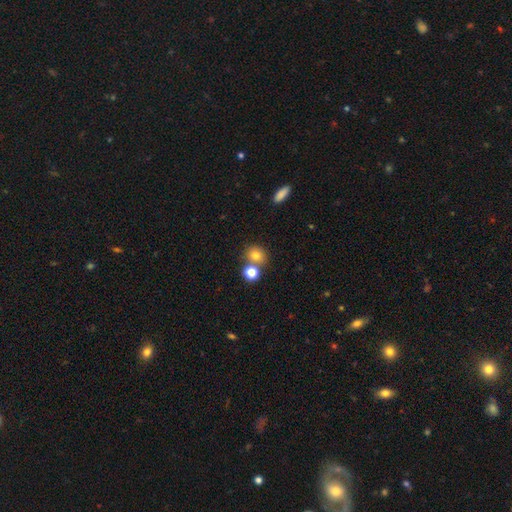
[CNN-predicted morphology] Overall: smooth (77%). How rounded: round (79%). Merging: none (63%; merger 26%).